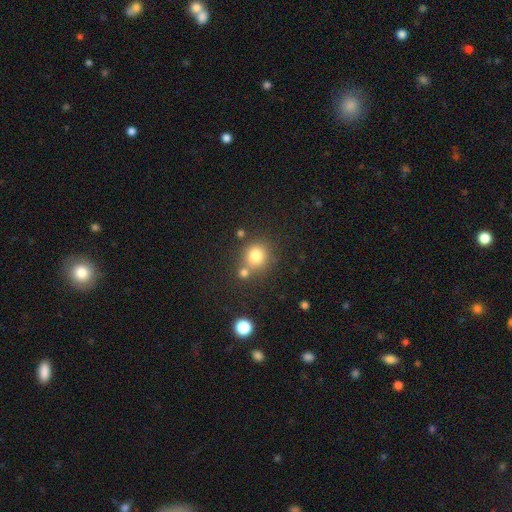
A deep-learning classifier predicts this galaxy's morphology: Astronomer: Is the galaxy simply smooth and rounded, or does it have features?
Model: smooth — 79%.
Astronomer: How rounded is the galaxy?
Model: round — 87%.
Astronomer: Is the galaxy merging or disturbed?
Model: none — 64%.